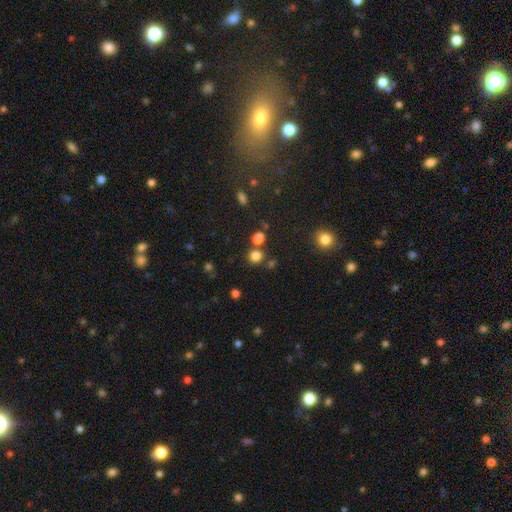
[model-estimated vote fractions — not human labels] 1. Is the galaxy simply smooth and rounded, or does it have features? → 78% smooth, 16% star or artifact, 6% featured or disk.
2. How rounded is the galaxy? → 79% round, 20% in between, 1% cigar-shaped.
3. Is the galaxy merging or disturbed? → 70% none, 18% merger, 8% minor disturbance, 3% major disturbance.